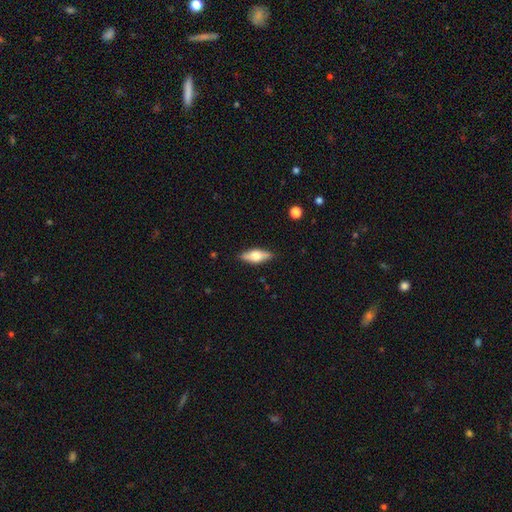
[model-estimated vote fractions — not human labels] A smooth galaxy with no disk features (48%). Merging: none (85%).